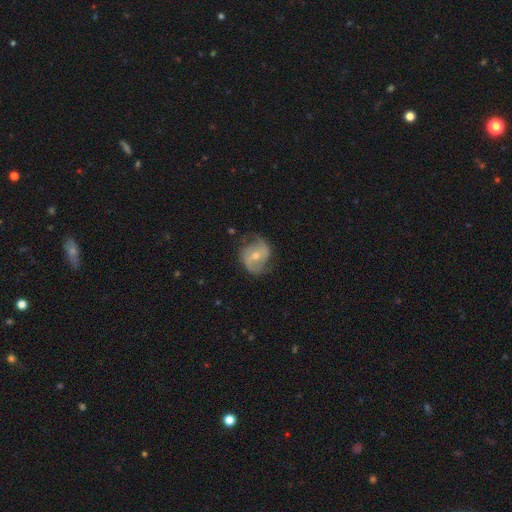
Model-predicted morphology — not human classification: This appears to be a featured or disk galaxy (75%) with a weak bar (42%), 2 (83%) medium (46%) spiral arms (88%) and a moderate central bulge (56%). Merging: none (66%).